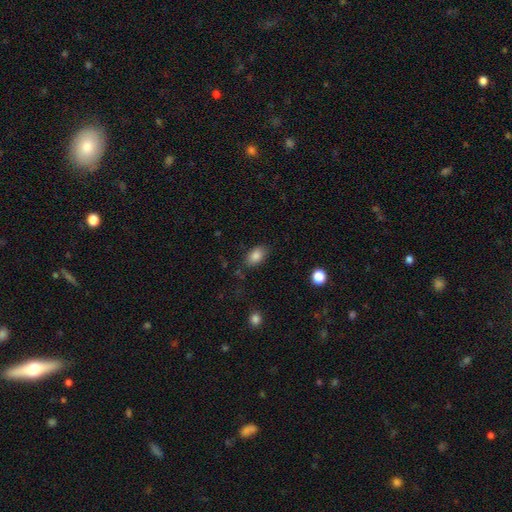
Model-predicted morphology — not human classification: This appears to be a smooth galaxy with no disk features (84%) that is in between round and cigar-shaped (88%). Merging: none (78%).